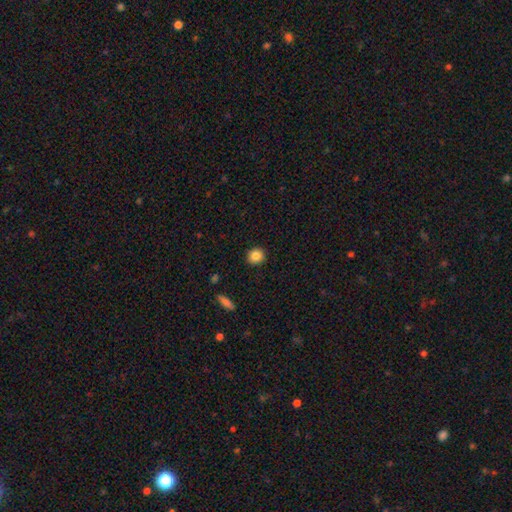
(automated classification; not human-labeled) A smooth galaxy with no disk features (85%) that is round (88%). Merging: none (91%).